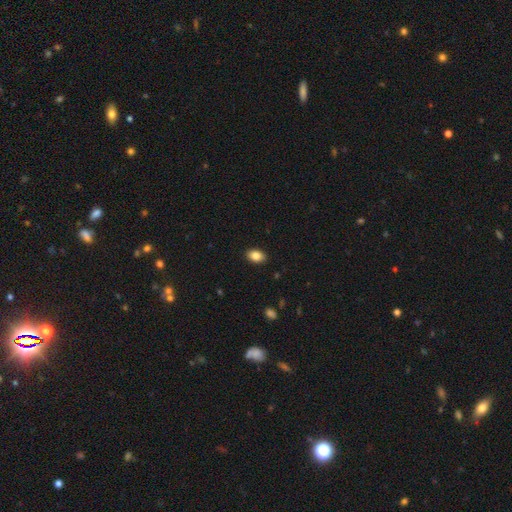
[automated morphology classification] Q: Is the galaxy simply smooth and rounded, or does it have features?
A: smooth — 86%.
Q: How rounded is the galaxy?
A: in between — 82%.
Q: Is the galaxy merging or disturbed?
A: none — 90%.